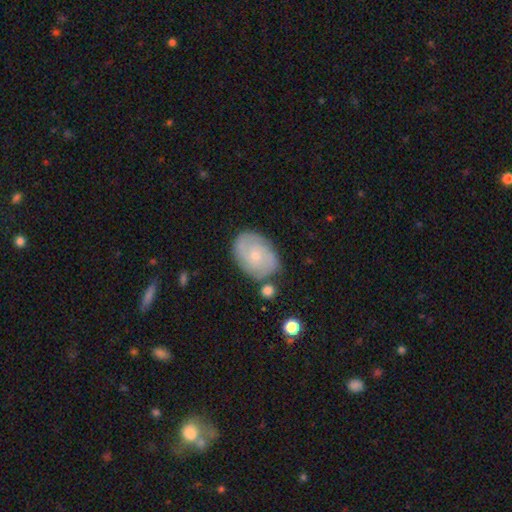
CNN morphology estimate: smooth_or_featured: featured or disk (p=0.61) [alt: smooth p=0.32]
disk_edge_on: no (p=0.96) [alt: yes p=0.04]
bar: no (p=0.74) [alt: weak p=0.22]
has_spiral_arms: yes (p=0.85) [alt: no p=0.15]
bulge_size: small (p=0.68) [alt: moderate p=0.27]
merging: none (p=0.74) [alt: minor disturbance p=0.17]